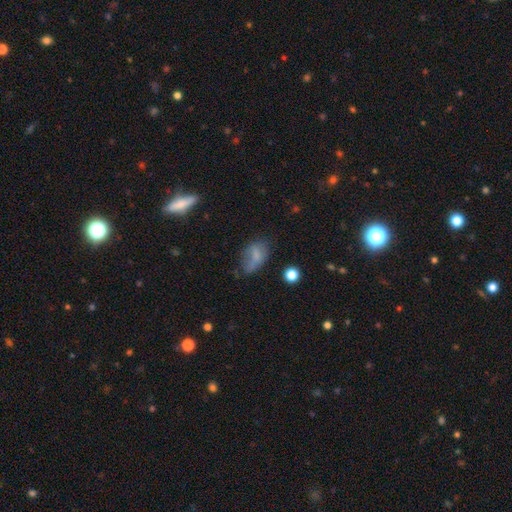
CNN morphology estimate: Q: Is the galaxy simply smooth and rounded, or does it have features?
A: smooth — 65%.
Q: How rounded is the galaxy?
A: in between — 87%.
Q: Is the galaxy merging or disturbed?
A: none — 41%.